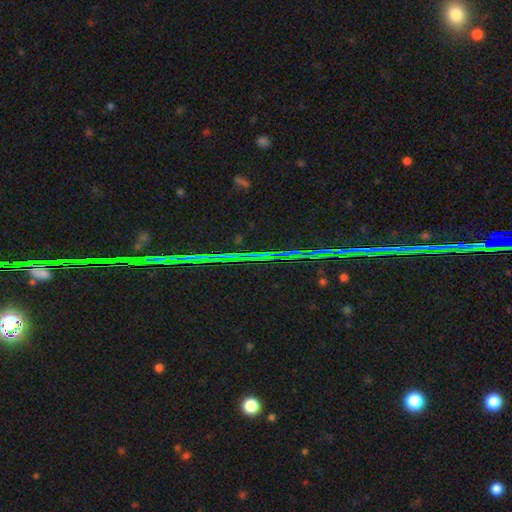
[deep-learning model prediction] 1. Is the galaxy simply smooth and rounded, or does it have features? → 84% star or artifact, 9% featured or disk, 7% smooth.